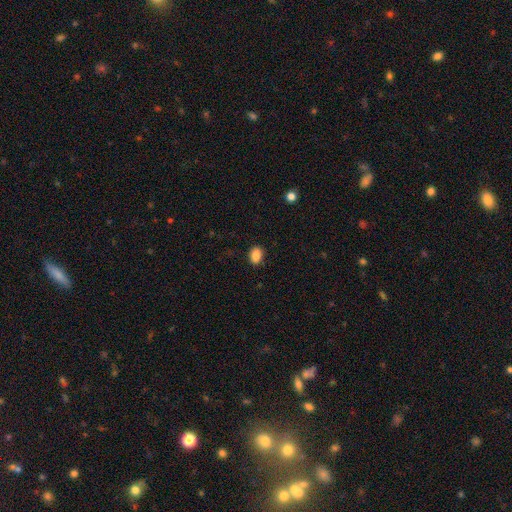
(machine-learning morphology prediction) Overall: smooth (87%). How rounded: in between (73%). Merging: none (88%).